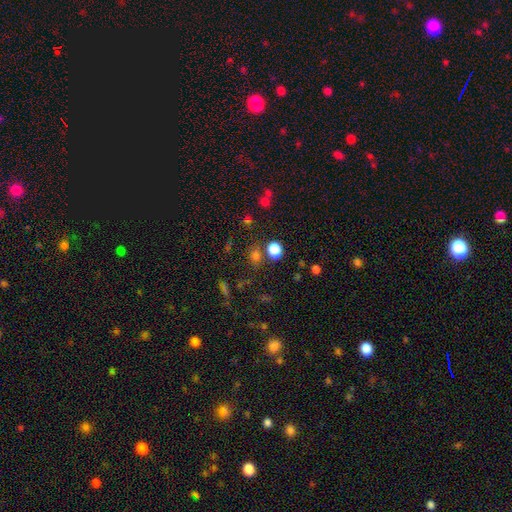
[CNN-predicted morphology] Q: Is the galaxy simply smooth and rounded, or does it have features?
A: smooth — 76%.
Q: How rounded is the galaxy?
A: round — 64%.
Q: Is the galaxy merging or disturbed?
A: none — 76%.